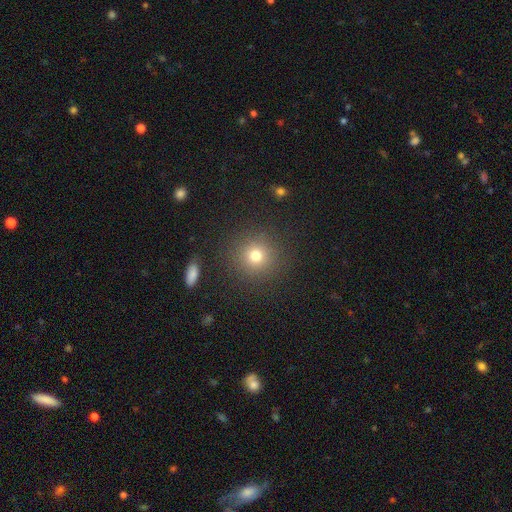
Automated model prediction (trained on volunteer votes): This is likely a smooth galaxy (75%). How rounded: clearly round (93%). Merging: clearly none (89%).